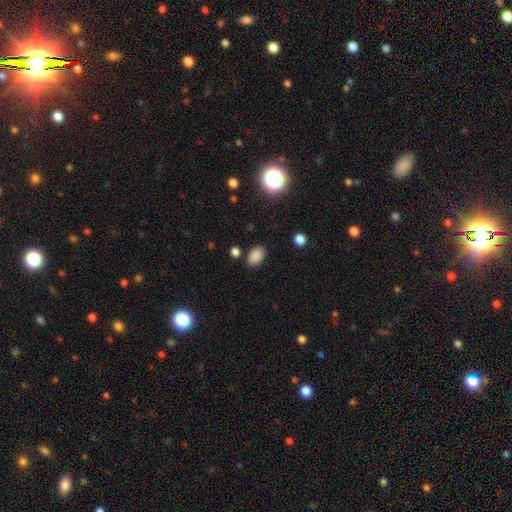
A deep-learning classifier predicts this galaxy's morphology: Smooth or featured? smooth (84%)
How rounded? in between (87%)
Merging? none (83%)